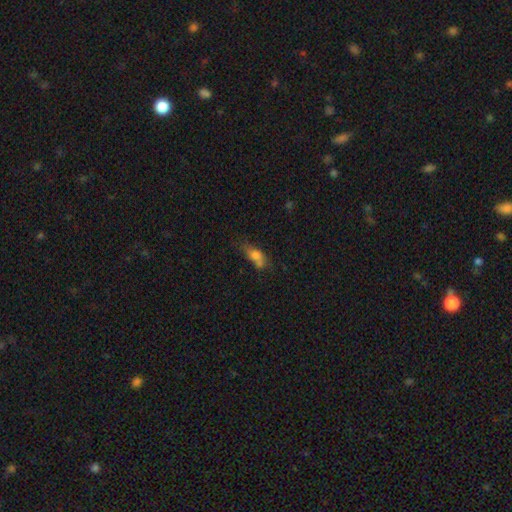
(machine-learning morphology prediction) Smooth or featured?
  - smooth: 69% *
  - featured or disk: 20%
  - star or artifact: 11%
How rounded?
  - in between: 71% *
  - cigar-shaped: 20%
  - round: 8%
Merging?
  - none: 39% *
  - minor disturbance: 27%
  - merger: 20%
  - major disturbance: 14%